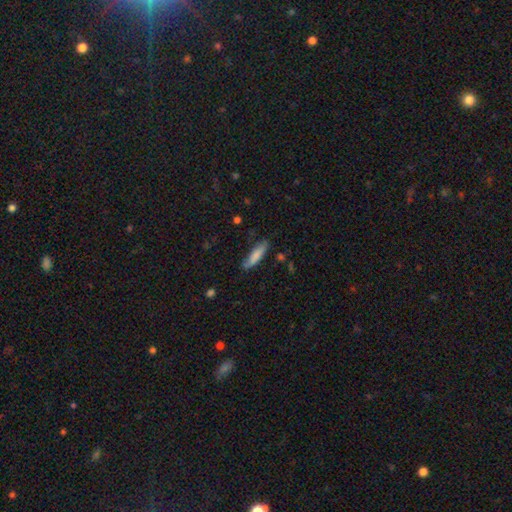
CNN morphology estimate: Overall: smooth (80%). How rounded: cigar-shaped (72%). Merging: none (71%).